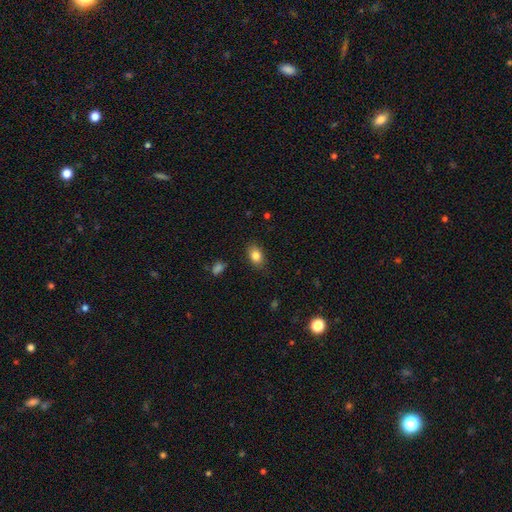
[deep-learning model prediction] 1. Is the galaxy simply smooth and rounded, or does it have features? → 83% smooth, 9% star or artifact, 8% featured or disk.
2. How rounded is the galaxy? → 80% in between, 18% round, 2% cigar-shaped.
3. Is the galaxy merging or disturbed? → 84% none, 12% minor disturbance, 3% major disturbance, 1% merger.